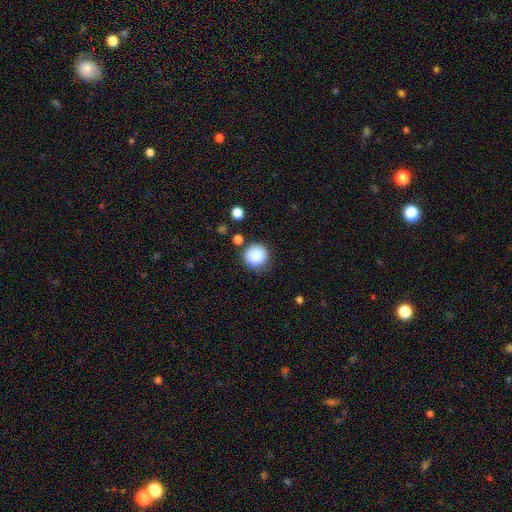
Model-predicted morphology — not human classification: This is clearly a smooth galaxy (87%). How rounded: clearly round (93%). Merging: clearly none (81%).